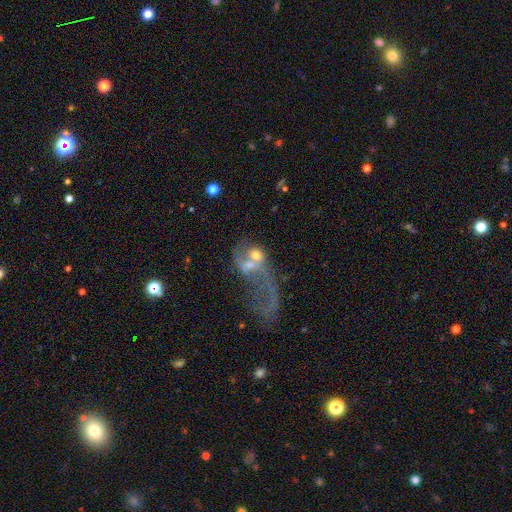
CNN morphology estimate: featured or disk 58%, smooth 31%, star or artifact 11%. Down the decision tree: edge-on disk — no (95%); bar — no (69%); spiral arms — yes (57%); bulge size — moderate (47%); merging — merger (64%).